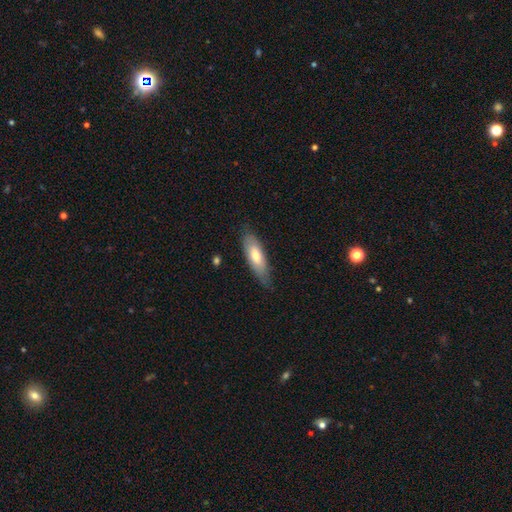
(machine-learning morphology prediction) smooth-or-featured: smooth: 66% | featured or disk: 28% | star or artifact: 6%
  how-rounded: in between: 58% | cigar-shaped: 40% | round: 2%
  merging: none: 73% | minor disturbance: 22% | major disturbance: 4% | merger: 1%